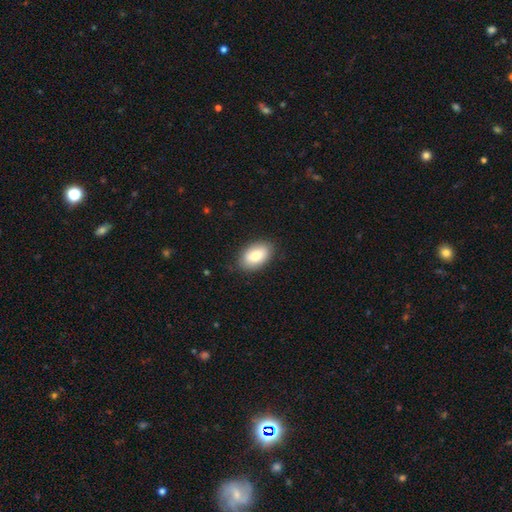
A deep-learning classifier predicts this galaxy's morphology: smooth 81%, featured or disk 13%, star or artifact 7%. Down the decision tree: how rounded — in between (92%); merging — none (85%).